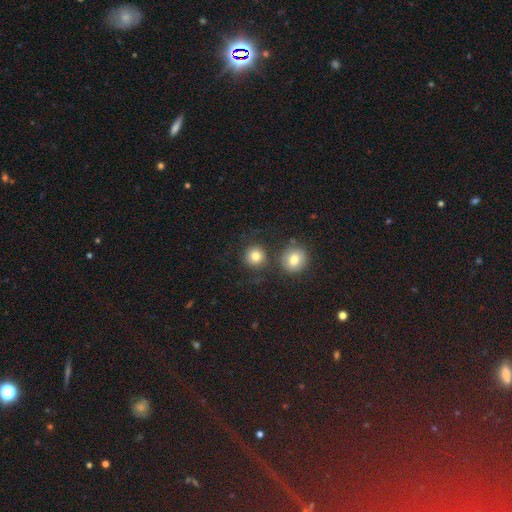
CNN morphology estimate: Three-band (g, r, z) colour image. It shows a smooth galaxy with no disk features (80%) that is round (92%). Merging: none (75%).